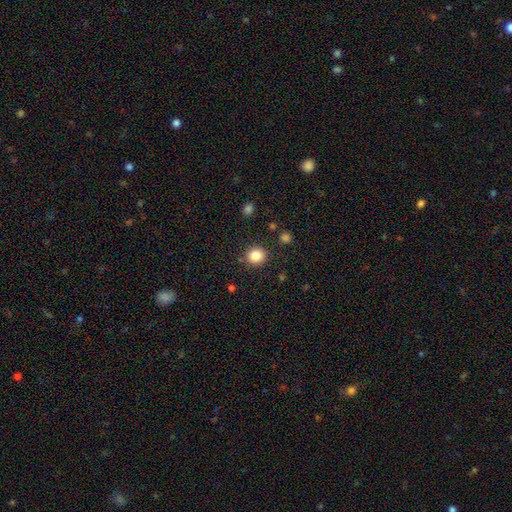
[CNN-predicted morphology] This appears to be a smooth galaxy with no disk features (85%) that is round (79%). Merging: none (87%).